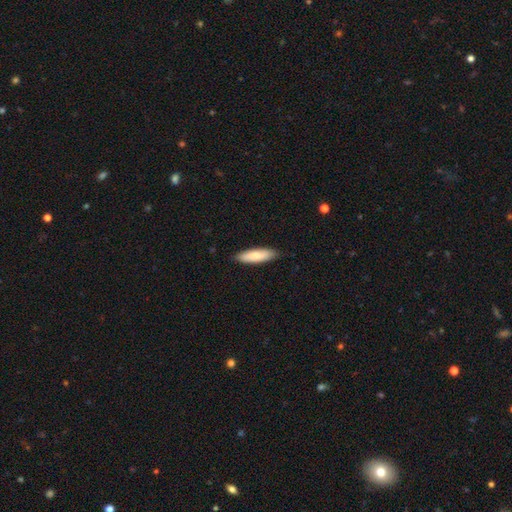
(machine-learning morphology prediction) smooth-or-featured: smooth: 79% | featured or disk: 16% | star or artifact: 5%
  how-rounded: cigar-shaped: 56% | in between: 42% | round: 2%
  merging: none: 87% | minor disturbance: 10% | major disturbance: 2% | merger: 1%